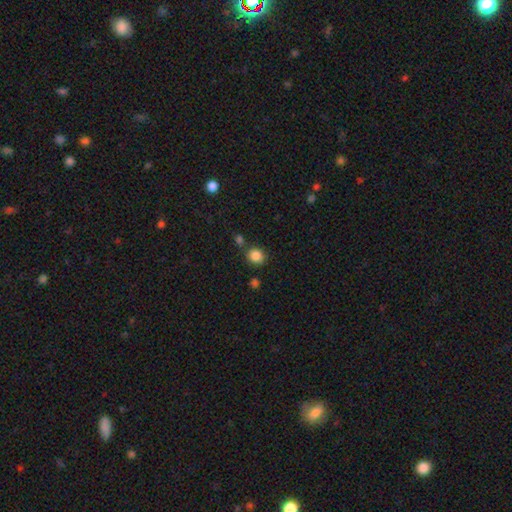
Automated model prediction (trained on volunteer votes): Q: Smooth or featured?
A: smooth (86%); runner-up: star or artifact (11%)
Q: How rounded?
A: round (81%); runner-up: in between (18%)
Q: Merging?
A: none (76%); runner-up: minor disturbance (10%)